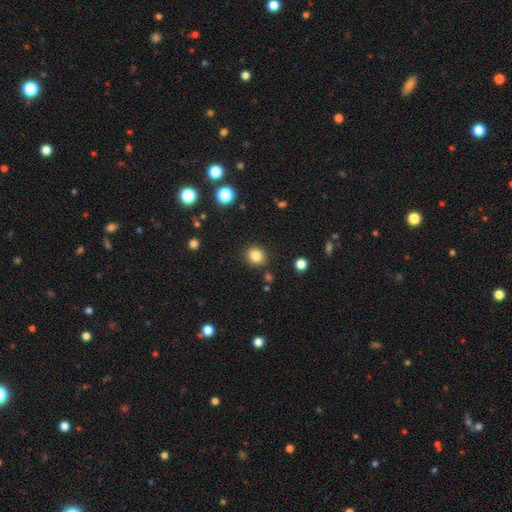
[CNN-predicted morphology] type=smooth (84%); roundness=round (80%); merging=none (88%).